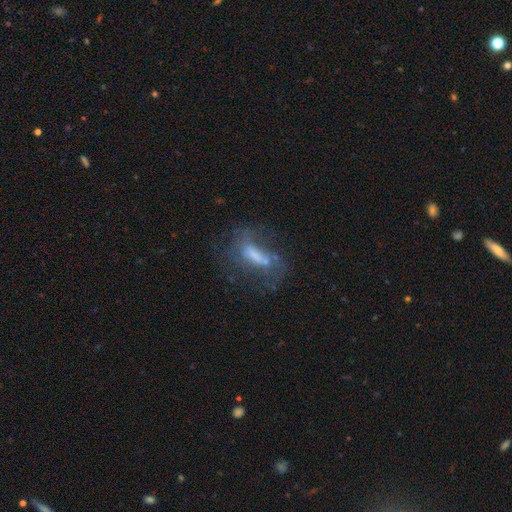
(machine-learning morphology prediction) Smooth or featured? Predicted: featured or disk (p=0.51). Edge-on disk? Predicted: no (p=0.87). Merging? Predicted: none (p=0.41).